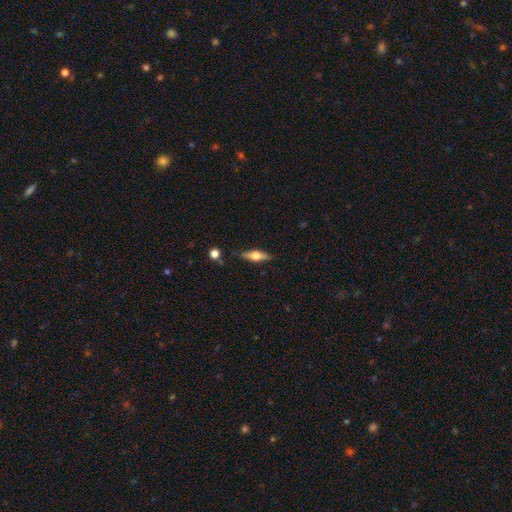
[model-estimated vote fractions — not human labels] The model was most divided on "smooth or featured": featured or disk: 52%, smooth: 41%, star or artifact: 7%. More confident: edge-on disk — yes (93%); merging — none (80%).